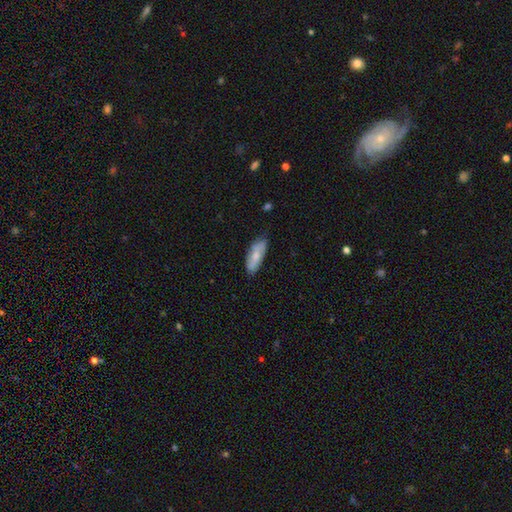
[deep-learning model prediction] The model was most divided on "smooth or featured": smooth: 66%, featured or disk: 28%, star or artifact: 6%. More confident: merging — none (73%); how rounded — in between (71%).